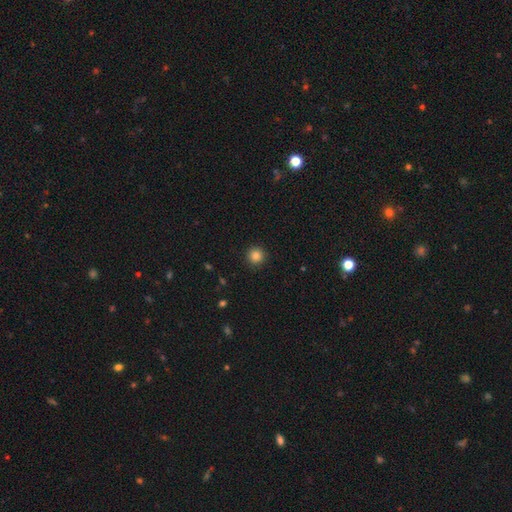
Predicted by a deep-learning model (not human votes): Smooth or featured? Predicted: smooth (p=0.85). How rounded? Predicted: round (p=0.95). Merging? Predicted: none (p=0.92).